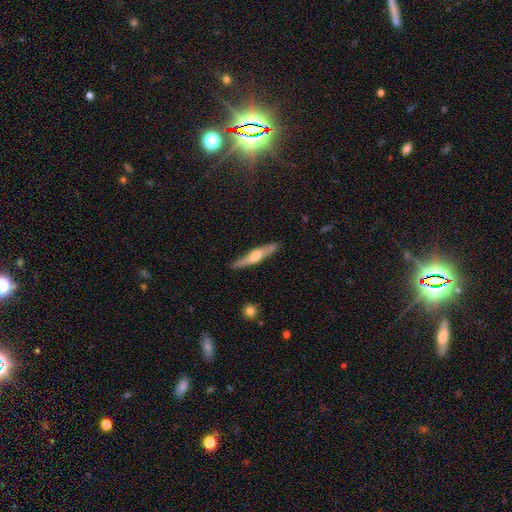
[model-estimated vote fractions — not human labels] Smooth or featured? featured or disk (63%)
Edge-on disk? yes (94%)
Edge-on bulge? rounded (80%)
Merging? none (86%)